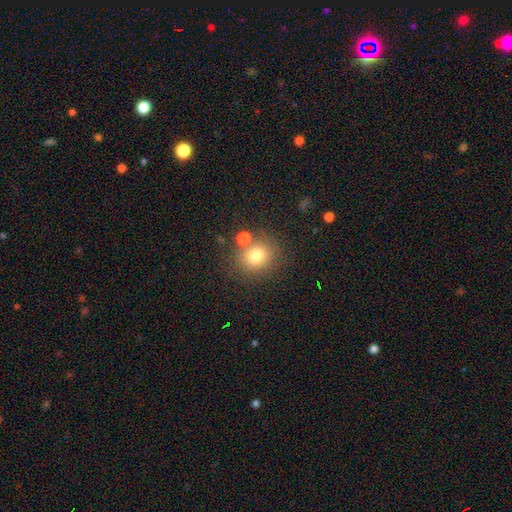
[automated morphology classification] type=smooth (76%); roundness=round (77%); merging=none (72%).